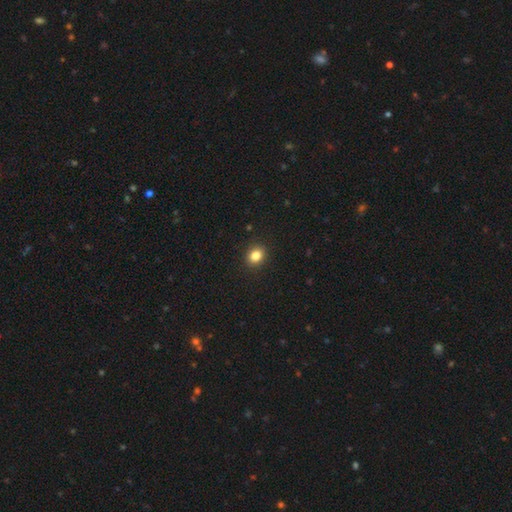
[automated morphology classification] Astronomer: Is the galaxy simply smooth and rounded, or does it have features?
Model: smooth — 84%.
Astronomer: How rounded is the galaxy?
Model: round — 63%.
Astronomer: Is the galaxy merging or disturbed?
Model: none — 91%.